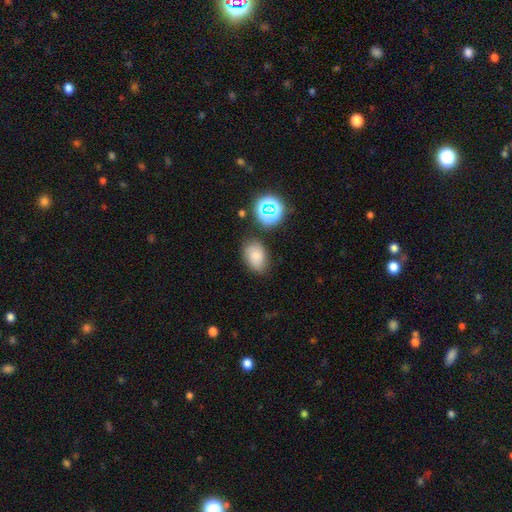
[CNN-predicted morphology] Overall: smooth (76%). How rounded: in between (82%). Merging: none (75%).